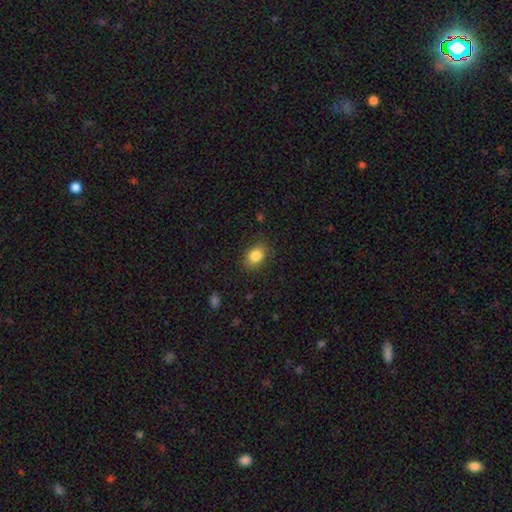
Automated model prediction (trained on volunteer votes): A smooth galaxy with no disk features (85%) that is in between round and cigar-shaped (69%). Merging: none (83%).